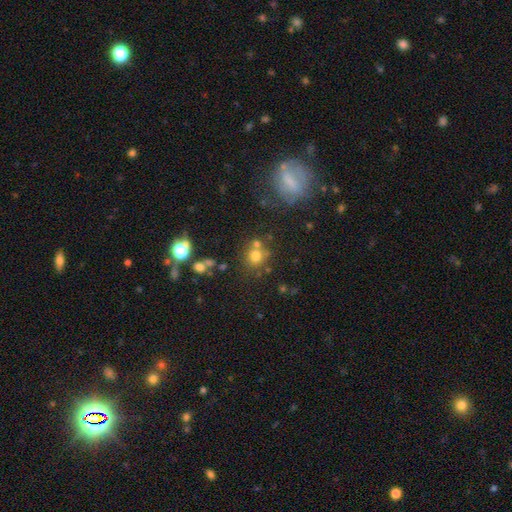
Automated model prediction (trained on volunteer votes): The model was most divided on "merging": none: 64%, merger: 20%, minor disturbance: 11%, major disturbance: 5%. More confident: how rounded — round (87%); smooth or featured — smooth (72%).